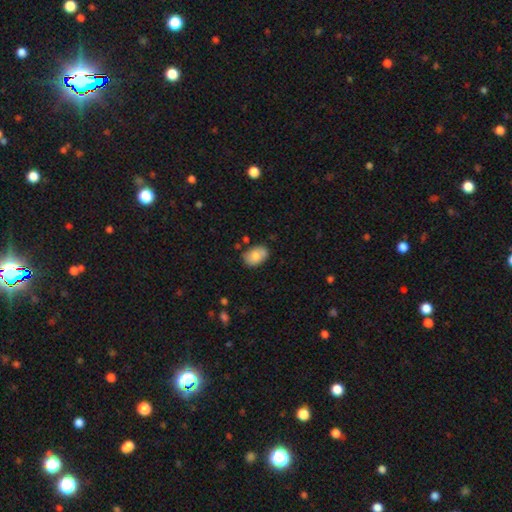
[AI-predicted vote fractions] smooth 79%, featured or disk 14%, star or artifact 7%. Down the decision tree: how rounded — in between (85%); merging — none (75%).